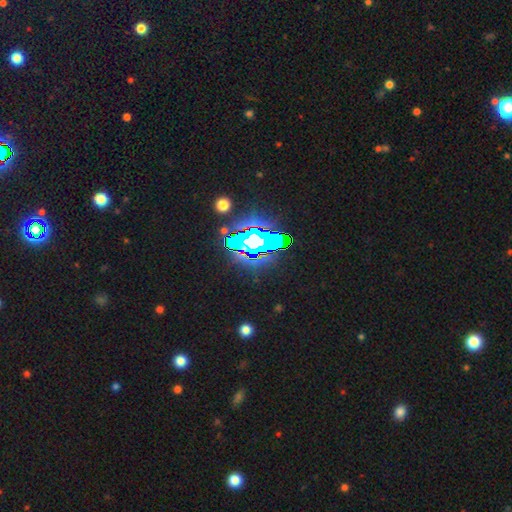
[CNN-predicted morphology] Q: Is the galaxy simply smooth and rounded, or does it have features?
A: star or artifact — 83%.